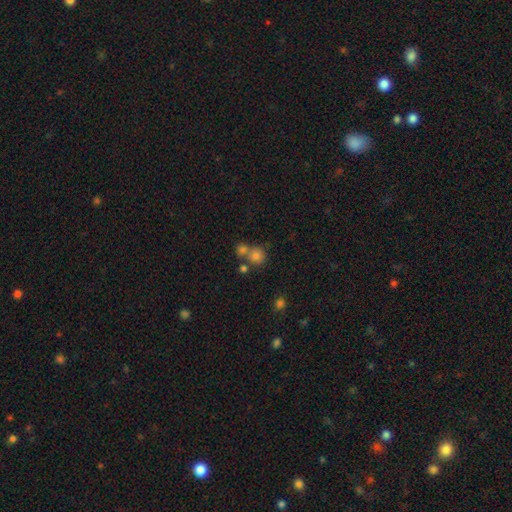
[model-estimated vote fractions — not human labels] Overall: smooth (75%). How rounded: round (86%). Merging: none (50%; merger 39%).